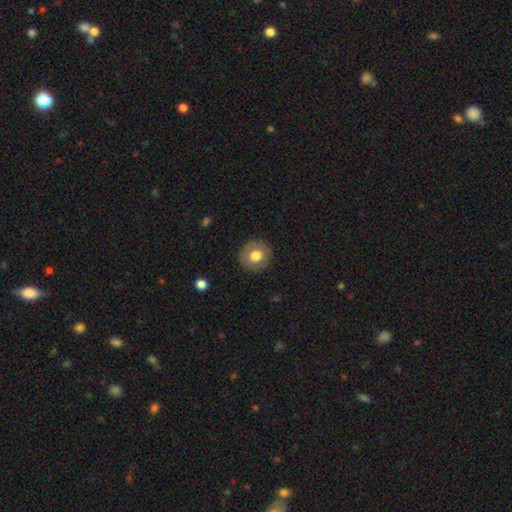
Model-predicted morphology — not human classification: The model was most divided on "smooth or featured": smooth: 73%, featured or disk: 19%, star or artifact: 8%. More confident: how rounded — round (91%); merging — none (89%).